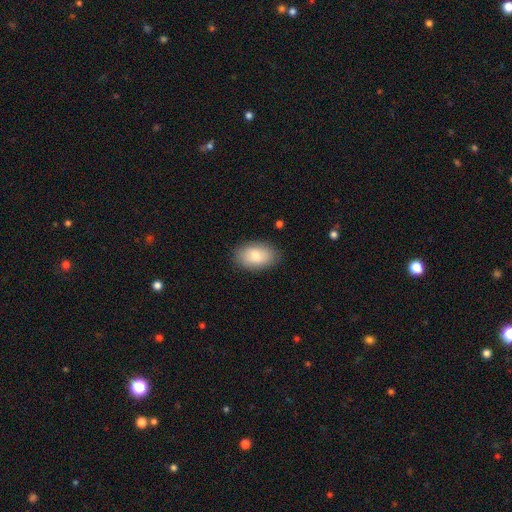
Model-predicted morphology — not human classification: smooth-or-featured: smooth: 80% | featured or disk: 14% | star or artifact: 6%
  how-rounded: in between: 93% | round: 6% | cigar-shaped: 1%
  merging: none: 84% | minor disturbance: 12% | major disturbance: 3% | merger: 1%